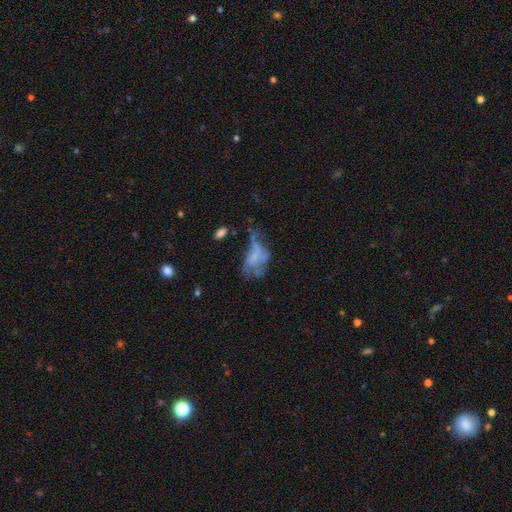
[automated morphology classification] smooth-or-featured: featured or disk: 48% | smooth: 38% | star or artifact: 14%
  merging: major disturbance: 43% | none: 23% | minor disturbance: 20% | merger: 14%